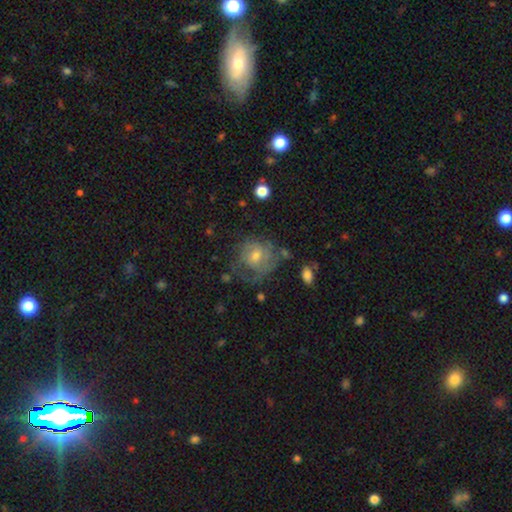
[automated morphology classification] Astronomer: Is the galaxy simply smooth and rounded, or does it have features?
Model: featured or disk — 52% (runner-up: smooth, 39%).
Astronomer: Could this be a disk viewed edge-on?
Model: no — 97%.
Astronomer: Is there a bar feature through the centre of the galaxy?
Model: no — 69%.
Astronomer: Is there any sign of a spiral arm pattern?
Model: yes — 66%.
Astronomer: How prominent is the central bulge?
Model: moderate — 51% (runner-up: small, 40%).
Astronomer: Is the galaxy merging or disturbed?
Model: none — 46% (runner-up: major disturbance, 26%).